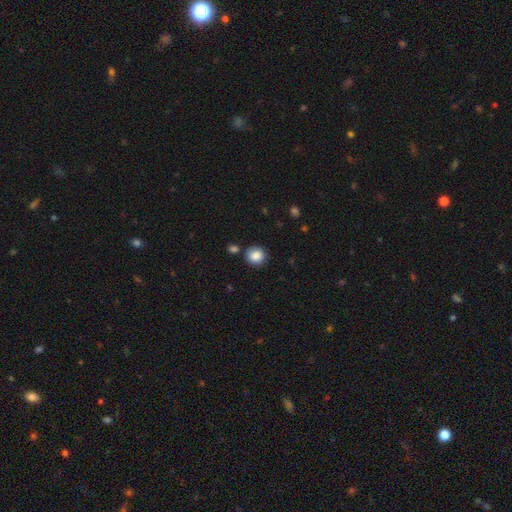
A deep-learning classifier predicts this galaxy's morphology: Smooth or featured?
  - smooth: 87% *
  - star or artifact: 9%
  - featured or disk: 4%
How rounded?
  - round: 87% *
  - in between: 12%
  - cigar-shaped: 1%
Merging?
  - none: 83% *
  - minor disturbance: 9%
  - merger: 6%
  - major disturbance: 2%